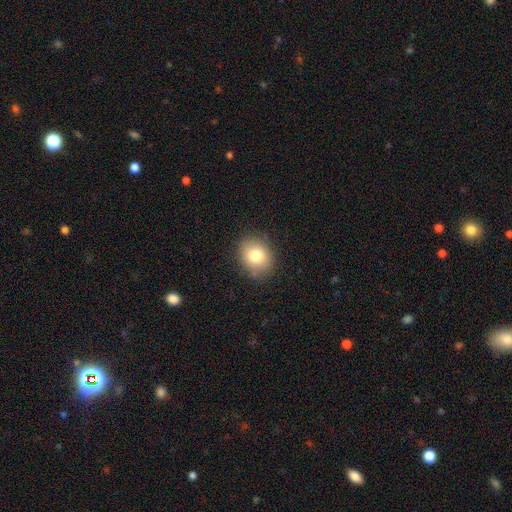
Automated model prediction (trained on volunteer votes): A smooth galaxy with no disk features (79%) that is round (62%). Merging: none (85%).